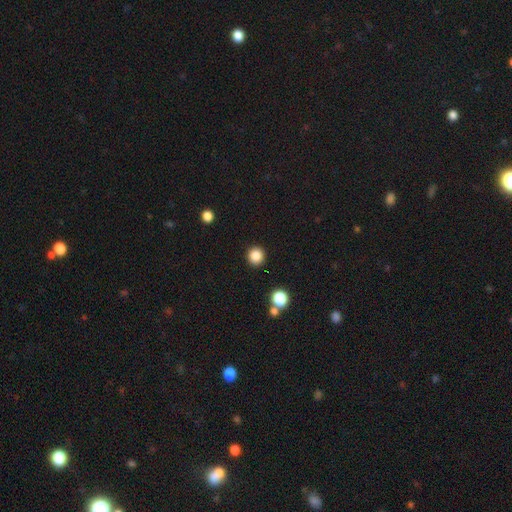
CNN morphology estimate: This is clearly a smooth galaxy (86%). How rounded: clearly round (93%). Merging: clearly none (92%).